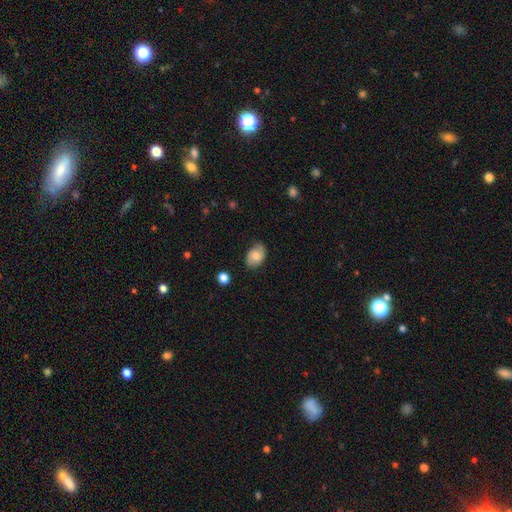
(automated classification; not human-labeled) Smooth or featured?
  - smooth: 70% *
  - featured or disk: 23%
  - star or artifact: 8%
How rounded?
  - in between: 83% *
  - round: 16%
  - cigar-shaped: 1%
Merging?
  - none: 77% *
  - minor disturbance: 18%
  - major disturbance: 4%
  - merger: 1%